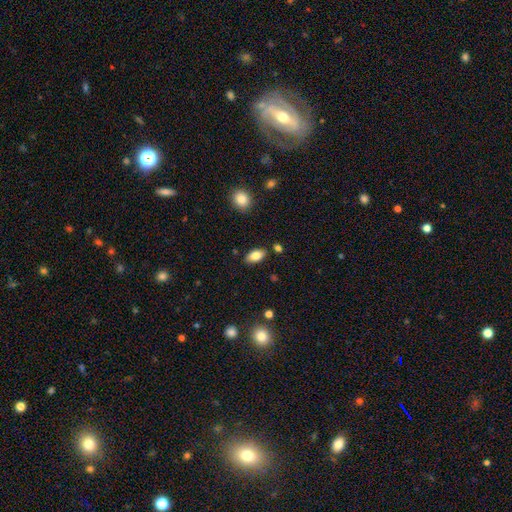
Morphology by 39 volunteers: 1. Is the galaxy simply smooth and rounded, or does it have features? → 79% smooth, 10% featured or disk, 10% star or artifact.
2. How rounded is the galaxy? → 100% in between, 0% round, 0% cigar-shaped.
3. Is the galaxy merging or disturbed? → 77% none, 14% minor disturbance, 6% major disturbance, 3% merger.